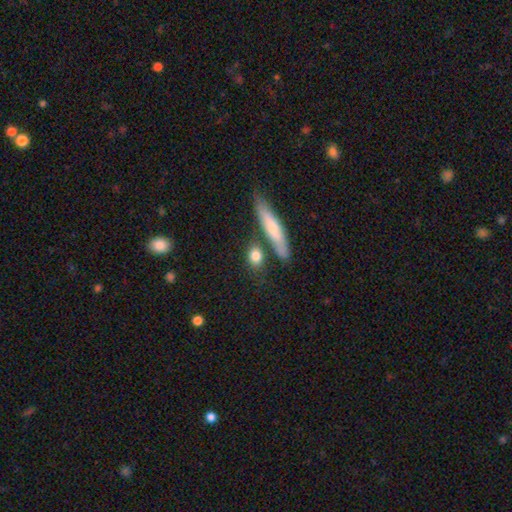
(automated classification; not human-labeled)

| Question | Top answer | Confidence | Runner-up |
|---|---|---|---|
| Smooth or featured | smooth | 79% | featured or disk (13%) |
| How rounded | in between | 41% | round (35%) |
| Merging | none | 71% | merger (12%) |